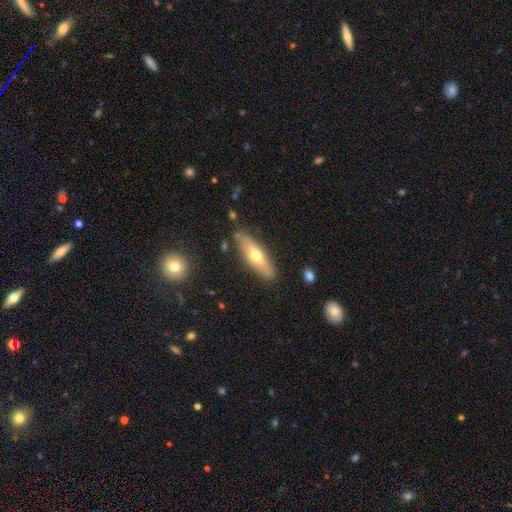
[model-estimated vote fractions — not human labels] Morphology: type=smooth (48%); merging=none (83%).